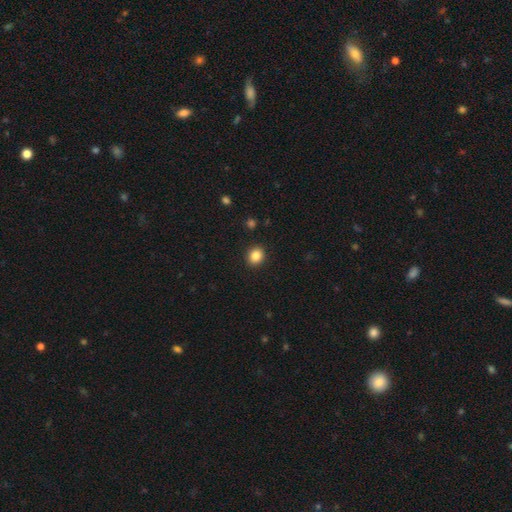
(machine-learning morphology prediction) This is clearly a smooth galaxy (85%). How rounded: likely round (72%). Merging: clearly none (92%).